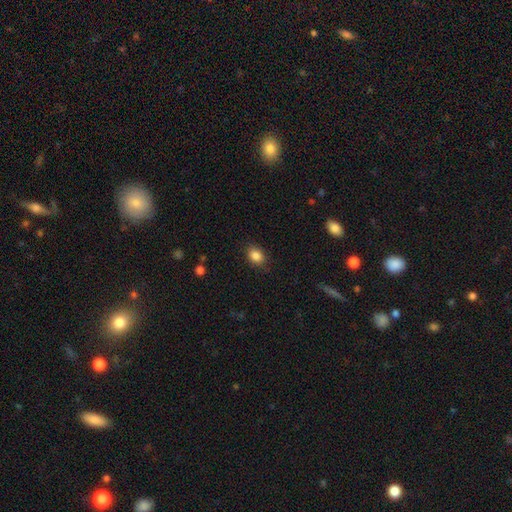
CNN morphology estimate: This appears to be a smooth galaxy with no disk features (86%) that is in between round and cigar-shaped (67%). Merging: none (87%).